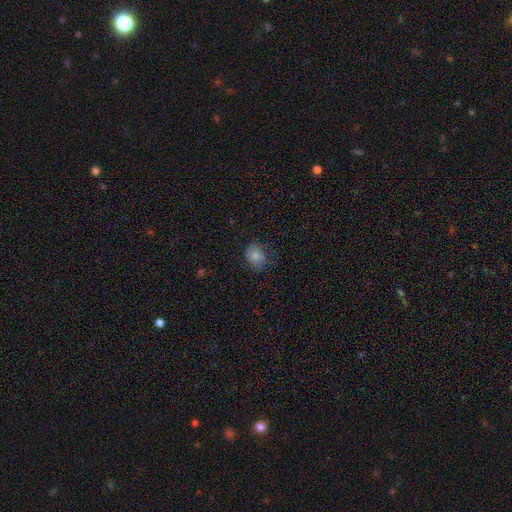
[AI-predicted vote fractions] A smooth galaxy with no disk features (81%) that is round (54%). Merging: none (69%).